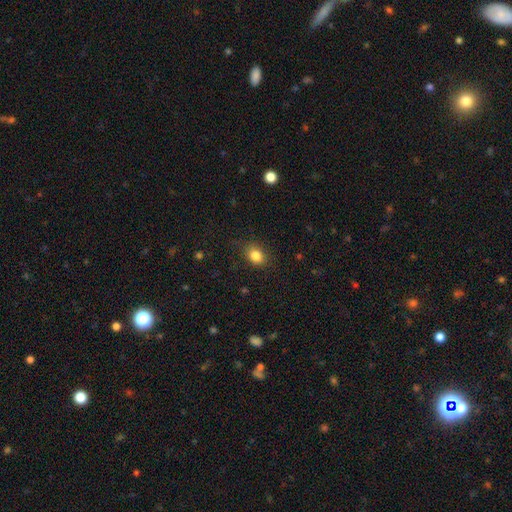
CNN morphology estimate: Q: Smooth or featured?
A: smooth (84%); runner-up: star or artifact (10%)
Q: How rounded?
A: in between (61%); runner-up: round (37%)
Q: Merging?
A: none (83%); runner-up: minor disturbance (12%)